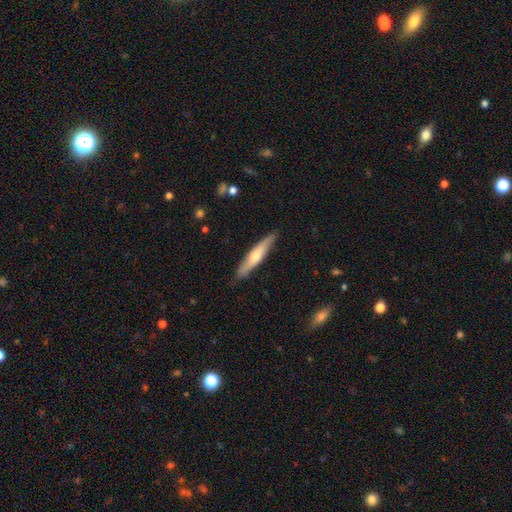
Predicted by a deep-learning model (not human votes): The model was most divided on "smooth or featured": smooth: 52%, featured or disk: 43%, star or artifact: 5%. More confident: how rounded — cigar-shaped (88%); merging — none (86%).